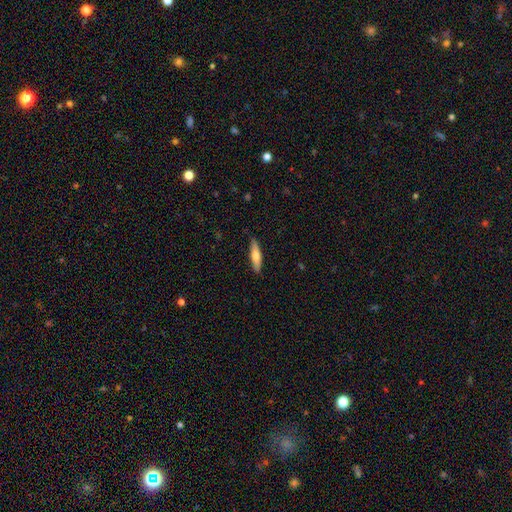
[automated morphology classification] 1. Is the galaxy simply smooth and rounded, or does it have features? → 64% smooth, 30% featured or disk, 6% star or artifact.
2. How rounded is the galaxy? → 73% cigar-shaped, 25% in between, 2% round.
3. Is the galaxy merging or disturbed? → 88% none, 9% minor disturbance, 2% major disturbance, 1% merger.